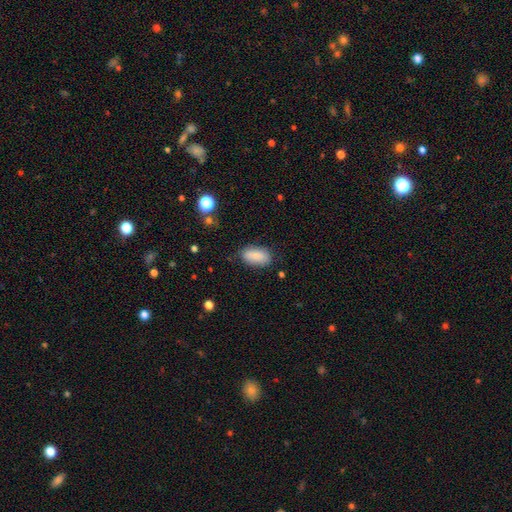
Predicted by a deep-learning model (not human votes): smooth_or_featured: smooth (p=0.86) [alt: star or artifact p=0.07]
how_rounded: in between (p=0.91) [alt: cigar-shaped p=0.05]
merging: none (p=0.80) [alt: minor disturbance p=0.15]